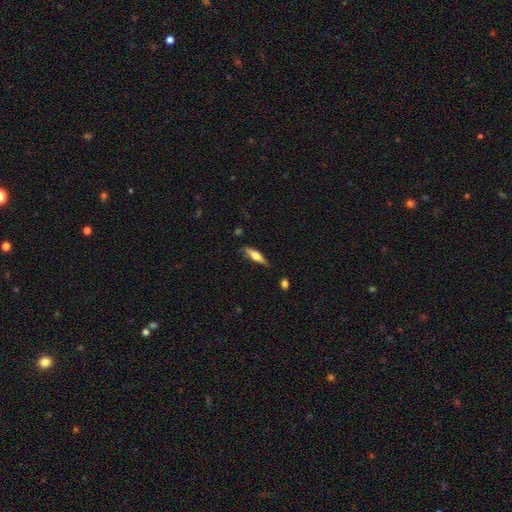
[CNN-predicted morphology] smooth 49%, featured or disk 45%, star or artifact 6%. Down the decision tree: merging — none (79%).